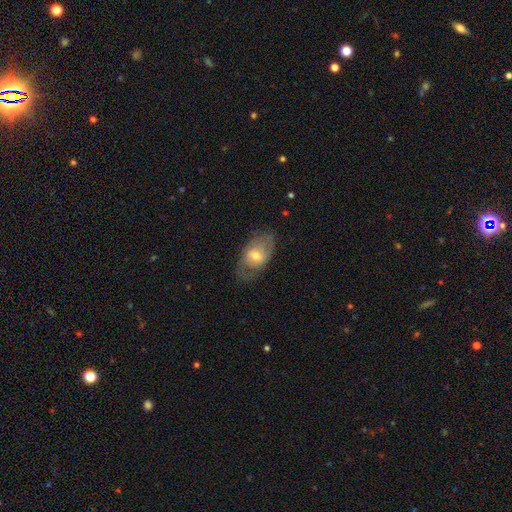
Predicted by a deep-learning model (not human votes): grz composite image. It shows a smooth galaxy with no disk features (48%). Merging: none (65%).